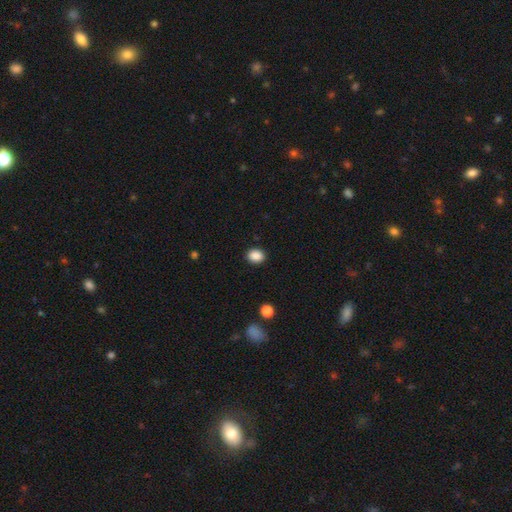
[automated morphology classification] This is clearly a smooth galaxy (88%). How rounded: possibly in between (54%). Merging: clearly none (89%).